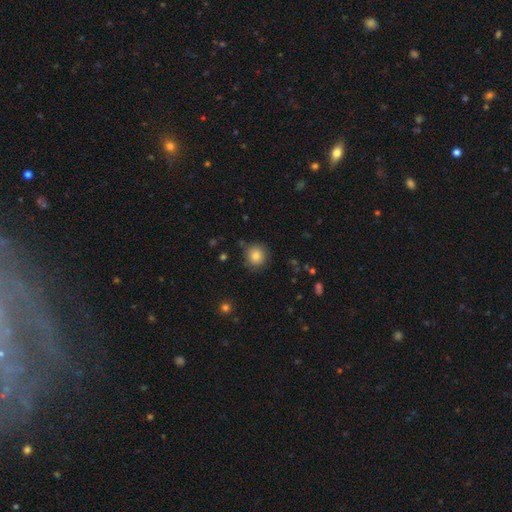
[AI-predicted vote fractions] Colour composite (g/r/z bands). It shows a smooth galaxy with no disk features (83%) that is round (91%). Merging: none (84%).